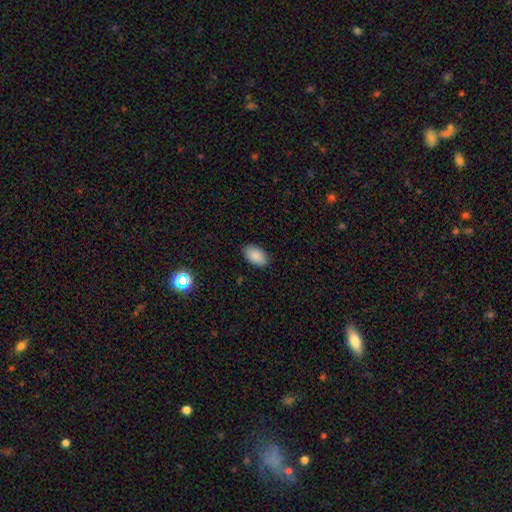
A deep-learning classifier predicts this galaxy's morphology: Q: Smooth or featured?
A: smooth (88%); runner-up: star or artifact (8%)
Q: How rounded?
A: in between (94%); runner-up: round (5%)
Q: Merging?
A: none (87%); runner-up: minor disturbance (10%)